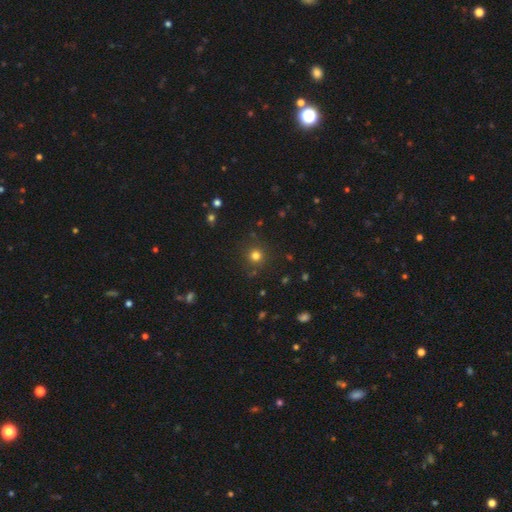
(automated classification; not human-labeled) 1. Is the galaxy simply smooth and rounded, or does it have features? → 77% smooth, 17% star or artifact, 6% featured or disk.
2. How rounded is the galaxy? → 93% round, 6% in between, 1% cigar-shaped.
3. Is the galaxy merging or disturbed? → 87% none, 8% minor disturbance, 3% major disturbance, 2% merger.